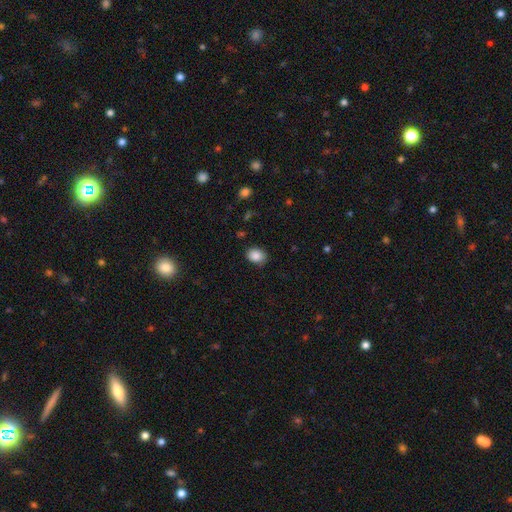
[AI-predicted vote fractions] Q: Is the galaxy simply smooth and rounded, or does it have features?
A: smooth — 87%.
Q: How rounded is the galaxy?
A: in between — 59%.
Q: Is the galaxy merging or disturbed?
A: none — 82%.